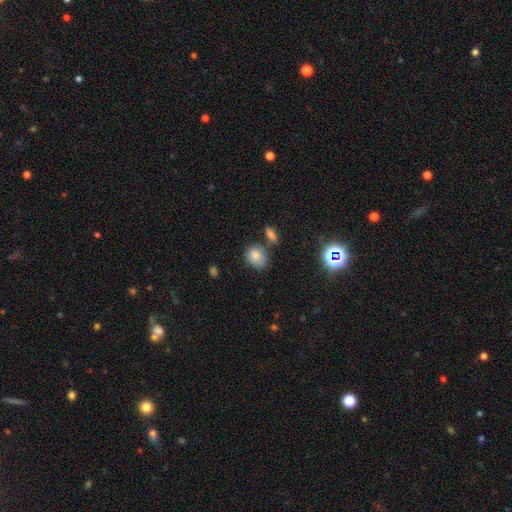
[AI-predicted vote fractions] smooth-or-featured: smooth: 80% | star or artifact: 11% | featured or disk: 9%
  how-rounded: round: 54% | in between: 44% | cigar-shaped: 2%
  merging: none: 54% | minor disturbance: 23% | merger: 16% | major disturbance: 7%